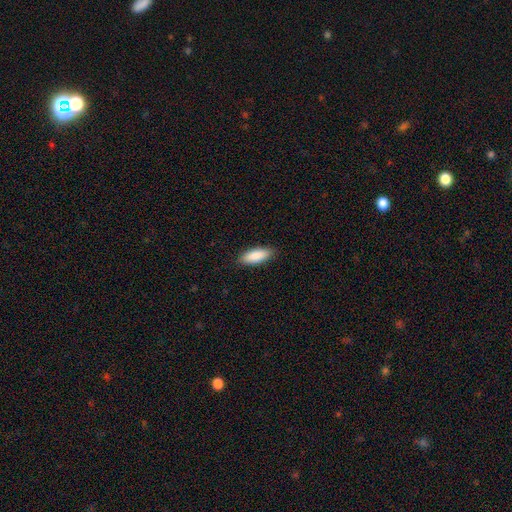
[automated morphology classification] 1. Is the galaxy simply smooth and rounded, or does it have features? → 89% smooth, 6% star or artifact, 5% featured or disk.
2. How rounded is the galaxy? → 73% in between, 26% cigar-shaped, 2% round.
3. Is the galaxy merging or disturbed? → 88% none, 9% minor disturbance, 2% major disturbance, 1% merger.